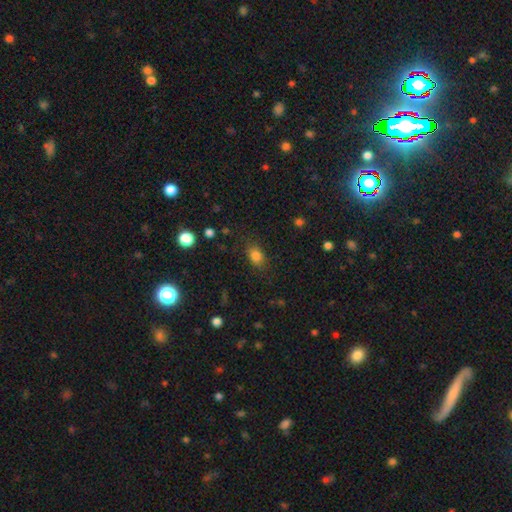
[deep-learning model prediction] smooth_or_featured: smooth (p=0.82) [alt: star or artifact p=0.12]
how_rounded: in between (p=0.69) [alt: round p=0.29]
merging: none (p=0.79) [alt: minor disturbance p=0.15]